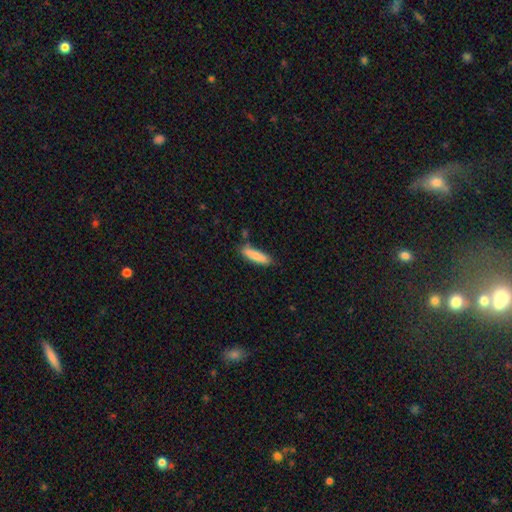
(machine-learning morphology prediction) type=smooth (83%); roundness=cigar-shaped (68%); merging=none (79%).